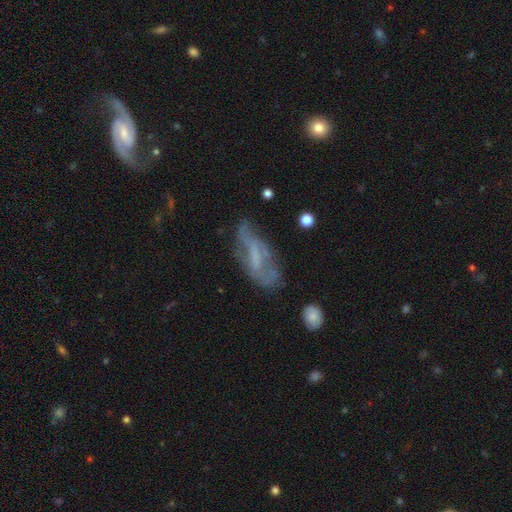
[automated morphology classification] type=featured or disk (56%); edge-on=no (82%); merging=none (52%).